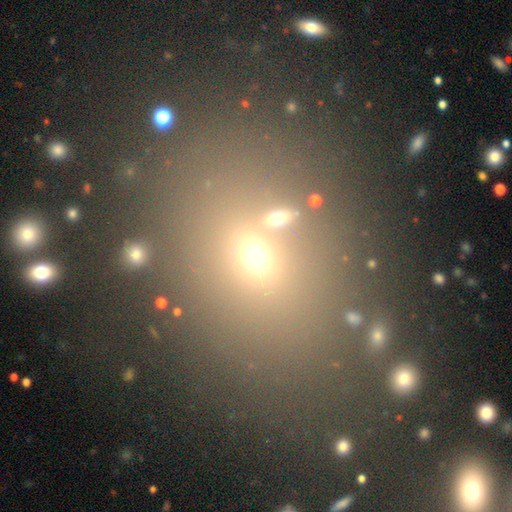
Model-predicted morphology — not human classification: Smooth or featured? smooth (60%)
How rounded? in between (61%)
Merging? none (64%)